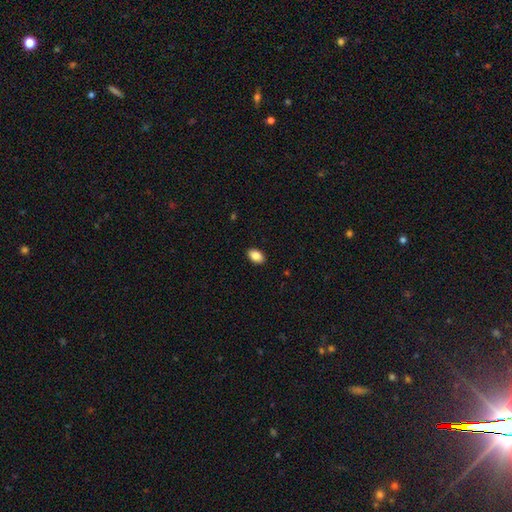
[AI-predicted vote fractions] Smooth or featured? smooth (87%)
How rounded? in between (89%)
Merging? none (90%)